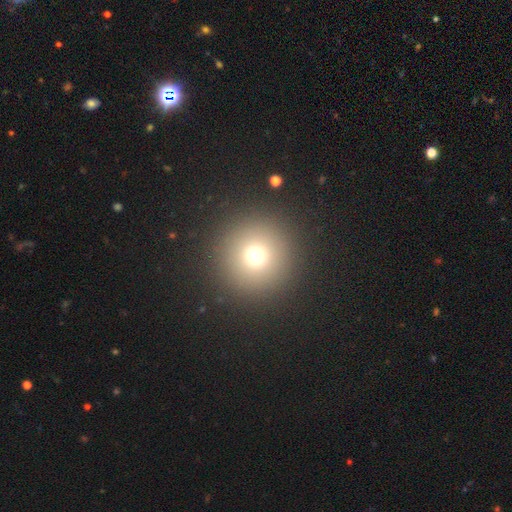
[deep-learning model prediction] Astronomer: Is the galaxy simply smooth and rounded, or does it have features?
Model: smooth — 71%.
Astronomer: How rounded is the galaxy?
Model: round — 96%.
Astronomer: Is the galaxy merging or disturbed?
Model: none — 91%.